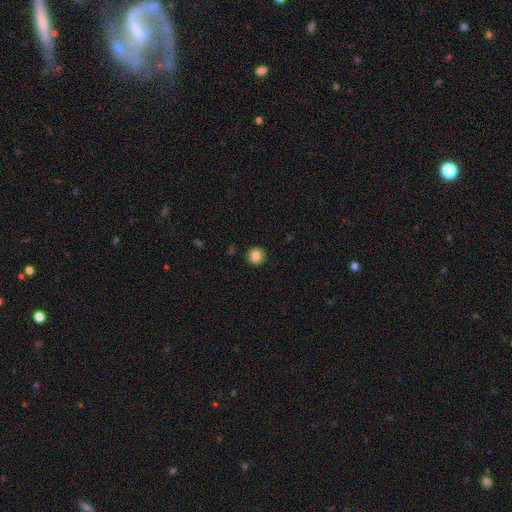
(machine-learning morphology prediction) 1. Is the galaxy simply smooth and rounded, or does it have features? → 86% smooth, 10% star or artifact, 5% featured or disk.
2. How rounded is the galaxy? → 94% round, 5% in between, 1% cigar-shaped.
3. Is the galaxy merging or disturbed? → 92% none, 5% minor disturbance, 2% major disturbance, 1% merger.